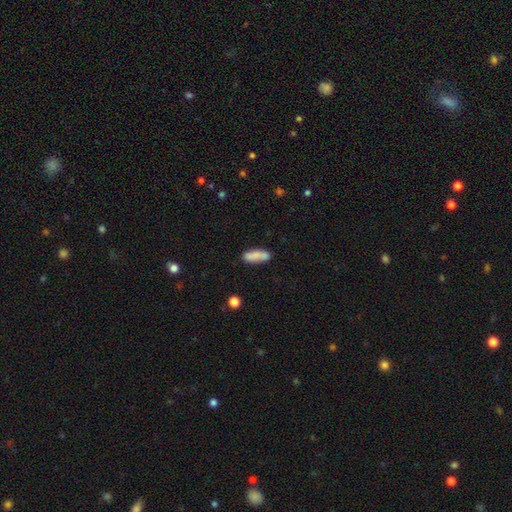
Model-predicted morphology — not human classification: This is likely a smooth galaxy (79%). How rounded: possibly in between (57%). Merging: likely none (68%).